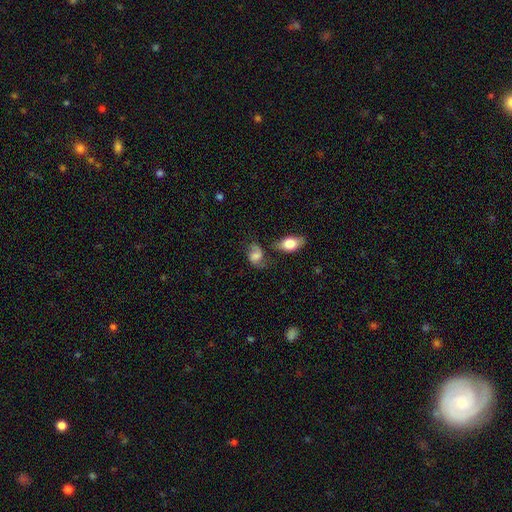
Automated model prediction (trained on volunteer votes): A smooth galaxy with no disk features (48%).

Vote fractions:
- Smooth or featured? smooth: 48% / featured or disk: 41% / star or artifact: 11%
- Merging? none: 46% / minor disturbance: 24% / merger: 15% / major disturbance: 15%